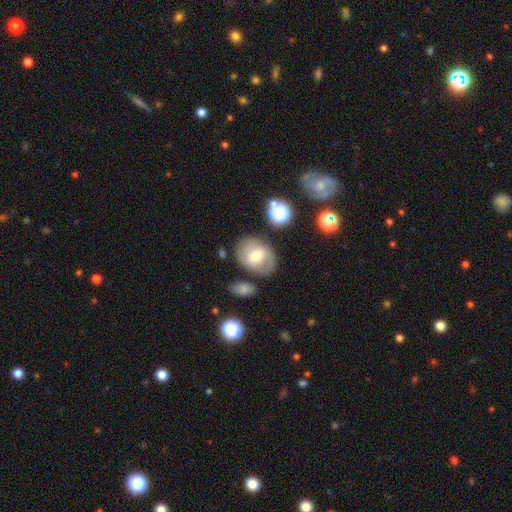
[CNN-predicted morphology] Overall: smooth (51%; featured or disk 41%). How rounded: in between (58%; round 41%). Merging: none (70%).